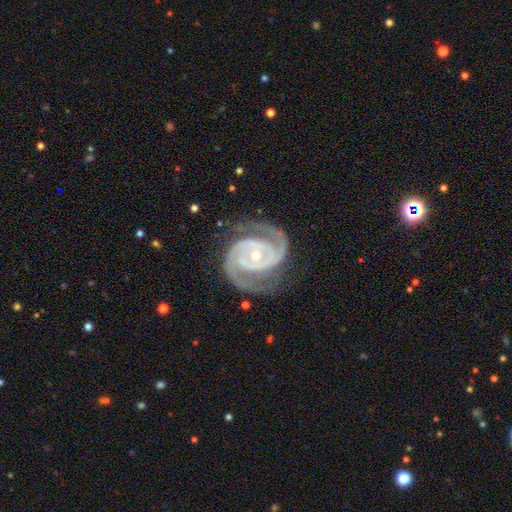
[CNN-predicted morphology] Smooth or featured? Predicted: featured or disk (p=0.94). Edge-on disk? Predicted: no (p=0.98). Bar? Predicted: no (p=0.49). Spiral arms? Predicted: yes (p=0.99). Spiral winding? Predicted: tight (p=0.57). Spiral arm count? Predicted: 2 (p=0.91). Bulge size? Predicted: small (p=0.65). Merging? Predicted: none (p=0.78).